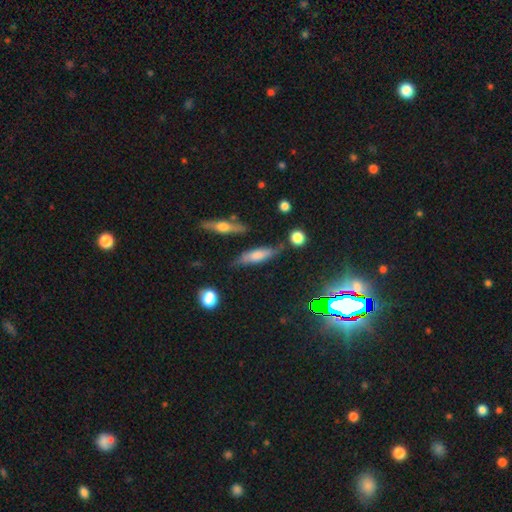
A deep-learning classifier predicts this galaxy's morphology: Overall: smooth (50%; featured or disk 38%). Merging: none (69%).